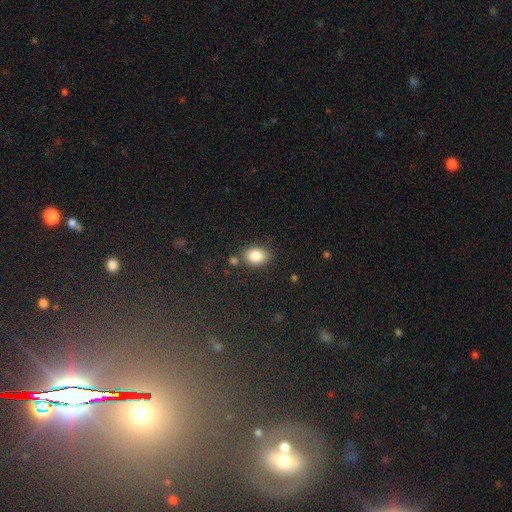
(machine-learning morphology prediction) Q: Smooth or featured?
A: smooth (84%); runner-up: star or artifact (9%)
Q: How rounded?
A: in between (66%); runner-up: round (33%)
Q: Merging?
A: none (76%); runner-up: minor disturbance (13%)